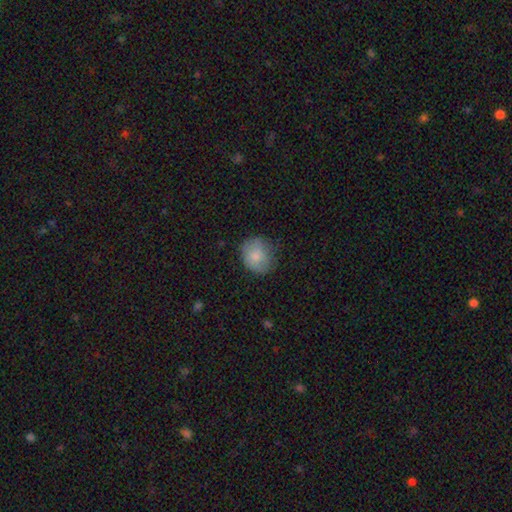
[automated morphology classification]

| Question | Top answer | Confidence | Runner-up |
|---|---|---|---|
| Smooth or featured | smooth | 79% | featured or disk (13%) |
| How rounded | round | 69% | in between (30%) |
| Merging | none | 66% | minor disturbance (25%) |